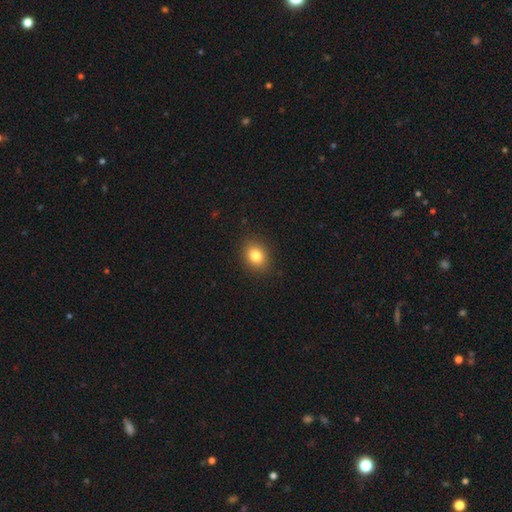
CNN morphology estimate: smooth 82%, star or artifact 11%, featured or disk 7%. Down the decision tree: how rounded — round (51%); merging — none (89%).